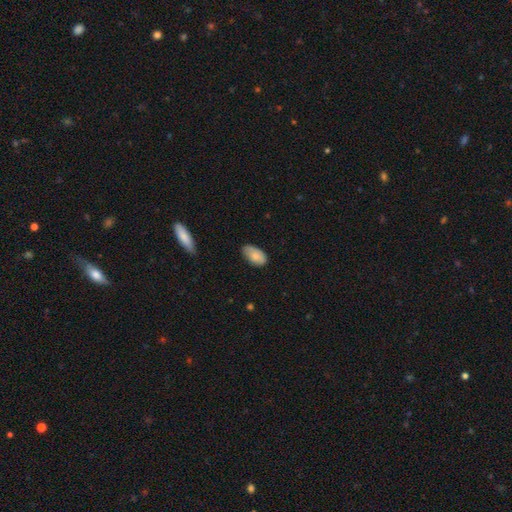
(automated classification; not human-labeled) Morphology: type=smooth (83%); roundness=in between (94%); merging=none (68%).